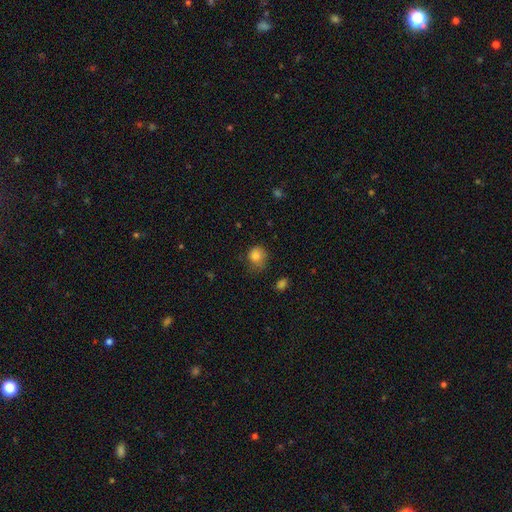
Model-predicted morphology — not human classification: A smooth galaxy with no disk features (82%) that is round (74%).

Vote fractions:
- Smooth or featured? smooth: 82% / star or artifact: 10% / featured or disk: 8%
- How rounded? round: 74% / in between: 25% / cigar-shaped: 1%
- Merging? none: 50% / minor disturbance: 32% / major disturbance: 15% / merger: 2%